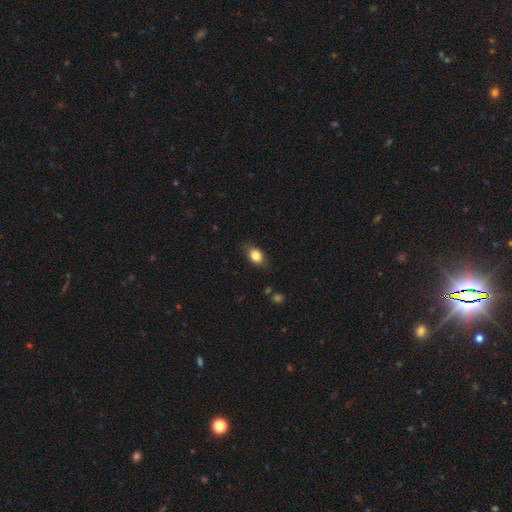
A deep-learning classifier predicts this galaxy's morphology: The model was most divided on "how rounded": in between: 73%, round: 24%, cigar-shaped: 2%. More confident: smooth or featured — smooth (82%); merging — none (77%).